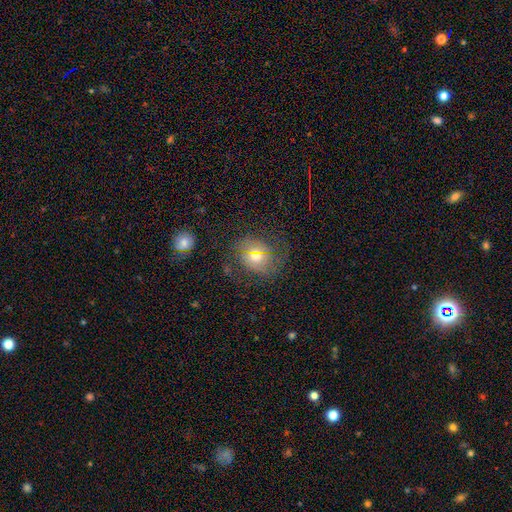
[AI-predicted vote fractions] smooth 50%, featured or disk 32%, star or artifact 18%. Down the decision tree: merging — none (70%).